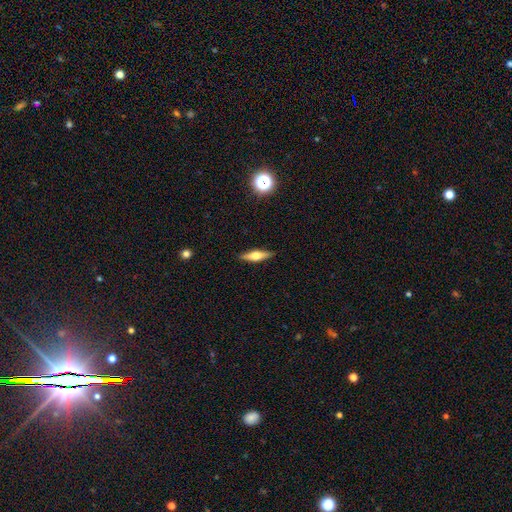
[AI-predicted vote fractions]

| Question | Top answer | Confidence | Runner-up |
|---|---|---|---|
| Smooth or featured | featured or disk | 49% | smooth (43%) |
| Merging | none | 89% | minor disturbance (8%) |